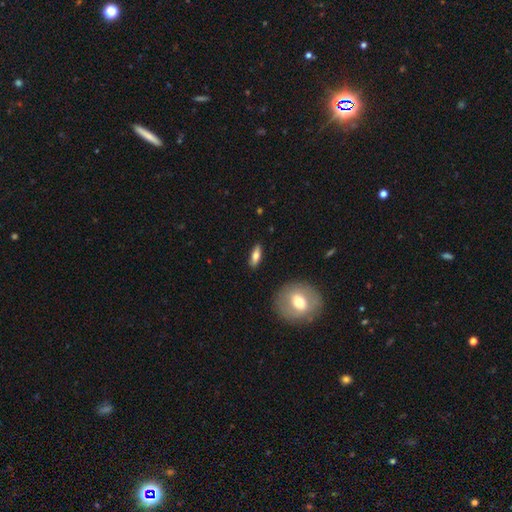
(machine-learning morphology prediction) The model was most divided on "how rounded": in between: 57%, cigar-shaped: 38%, round: 5%. More confident: merging — none (87%); smooth or featured — smooth (63%).